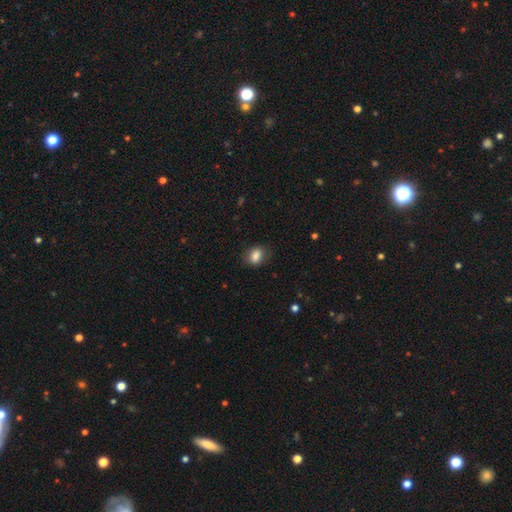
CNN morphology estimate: smooth_or_featured: smooth (p=0.84) [alt: star or artifact p=0.09]
how_rounded: in between (p=0.66) [alt: round p=0.33]
merging: none (p=0.76) [alt: minor disturbance p=0.17]